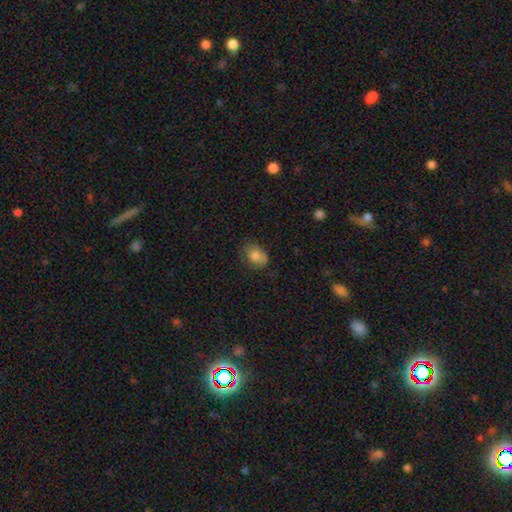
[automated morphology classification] type=smooth (76%); roundness=in between (63%); merging=none (65%).